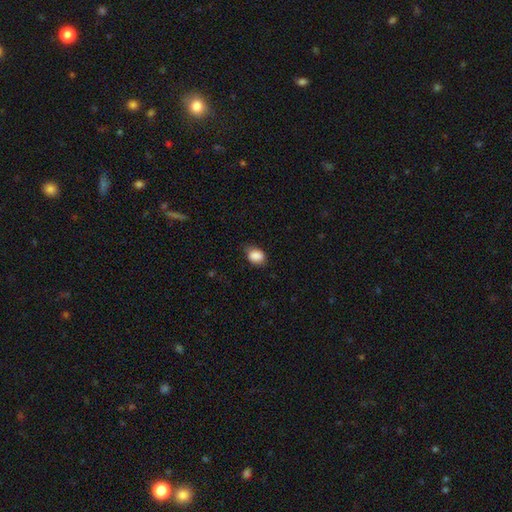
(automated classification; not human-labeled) smooth-or-featured: smooth: 87% | star or artifact: 8% | featured or disk: 5%
  how-rounded: in between: 69% | round: 30% | cigar-shaped: 1%
  merging: none: 65% | minor disturbance: 28% | major disturbance: 6% | merger: 1%